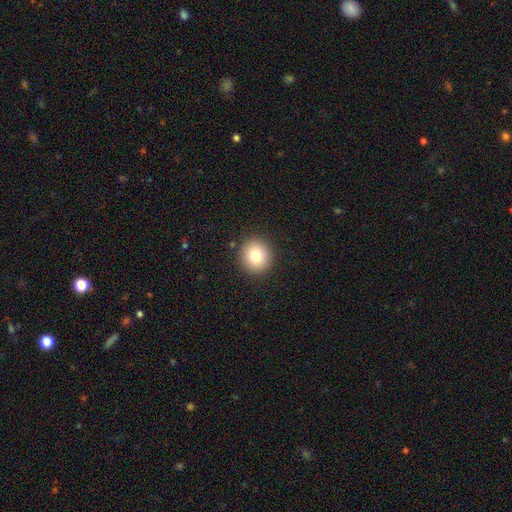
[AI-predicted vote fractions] A smooth galaxy with no disk features (80%) that is round (90%).

Vote fractions:
- Smooth or featured? smooth: 80% / star or artifact: 11% / featured or disk: 9%
- How rounded? round: 90% / in between: 9% / cigar-shaped: 1%
- Merging? none: 91% / minor disturbance: 6% / major disturbance: 2% / merger: 1%